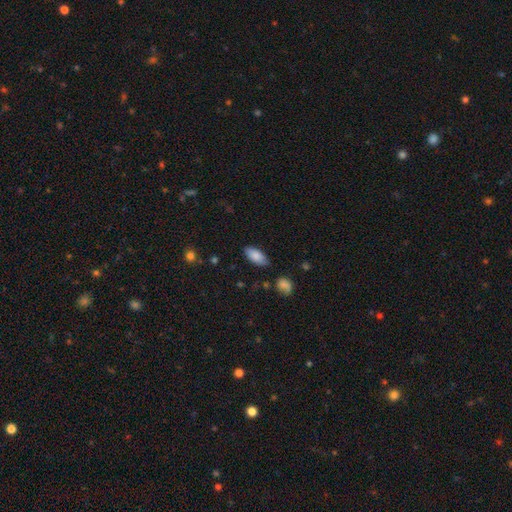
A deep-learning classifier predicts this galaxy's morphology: A smooth galaxy with no disk features (84%) that is in between round and cigar-shaped (90%).

Vote fractions:
- Smooth or featured? smooth: 84% / featured or disk: 9% / star or artifact: 7%
- How rounded? in between: 90% / cigar-shaped: 8% / round: 2%
- Merging? none: 80% / minor disturbance: 15% / major disturbance: 3% / merger: 2%